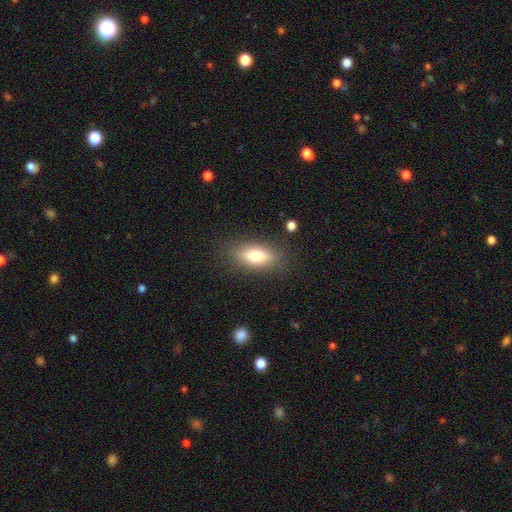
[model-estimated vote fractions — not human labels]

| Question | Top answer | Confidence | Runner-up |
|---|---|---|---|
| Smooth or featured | smooth | 67% | featured or disk (25%) |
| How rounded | in between | 71% | cigar-shaped (25%) |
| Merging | none | 83% | minor disturbance (11%) |